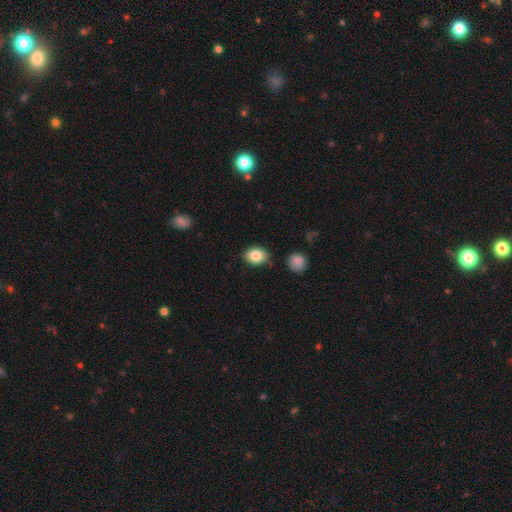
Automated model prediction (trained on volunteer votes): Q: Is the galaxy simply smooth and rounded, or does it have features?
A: smooth — 84%.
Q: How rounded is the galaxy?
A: in between — 62%.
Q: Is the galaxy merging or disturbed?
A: none — 83%.